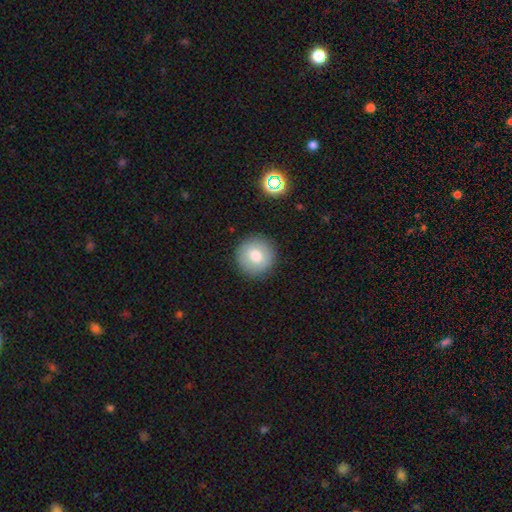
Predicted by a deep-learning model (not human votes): Overall: smooth (76%). How rounded: round (95%). Merging: none (90%).